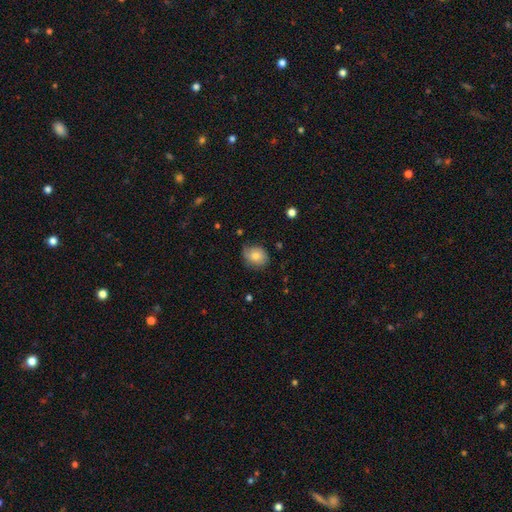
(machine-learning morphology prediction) The model was most divided on "how rounded": round: 60%, in between: 39%, cigar-shaped: 1%. More confident: smooth or featured — smooth (72%); merging — none (66%).